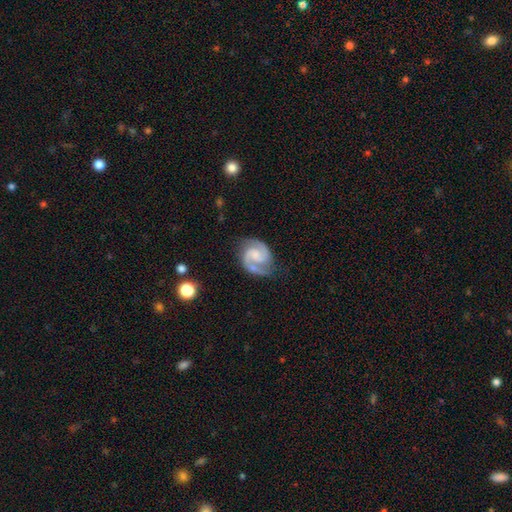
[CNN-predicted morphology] Smooth or featured: featured or disk — 90% (smooth — 5%)
Edge-on disk: no — 98% (yes — 2%)
Bar: no — 47% (weak — 43%)
Spiral arms: yes — 98% (no — 2%)
Spiral winding: medium — 57% (tight — 32%)
Spiral arm count: 2 — 93% (can't tell — 2%)
Bulge size: none — 36% (small — 33%)
Merging: none — 78% (minor disturbance — 15%)